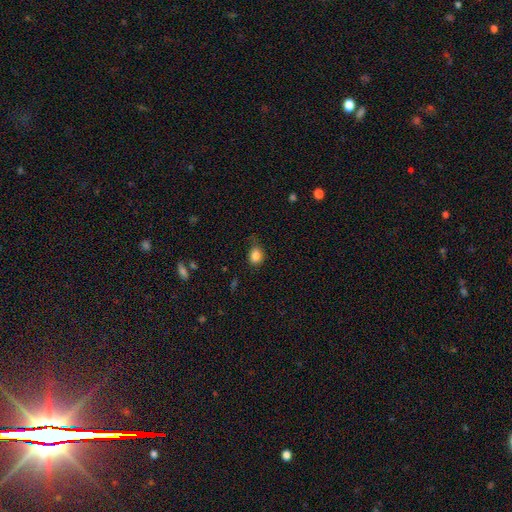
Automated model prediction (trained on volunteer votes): smooth 84%, star or artifact 10%, featured or disk 6%. Down the decision tree: how rounded — round (51%); merging — none (62%).